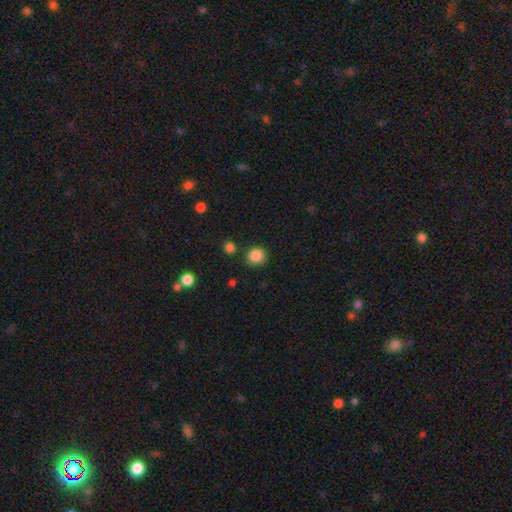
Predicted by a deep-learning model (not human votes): This is clearly a smooth galaxy (86%). How rounded: clearly round (84%). Merging: clearly none (85%).